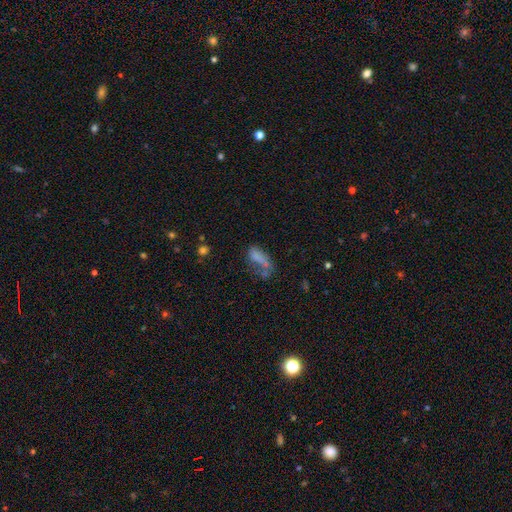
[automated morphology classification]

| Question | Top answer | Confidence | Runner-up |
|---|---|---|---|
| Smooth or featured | smooth | 59% | featured or disk (22%) |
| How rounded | in between | 75% | cigar-shaped (19%) |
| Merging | none | 31% | major disturbance (29%) |